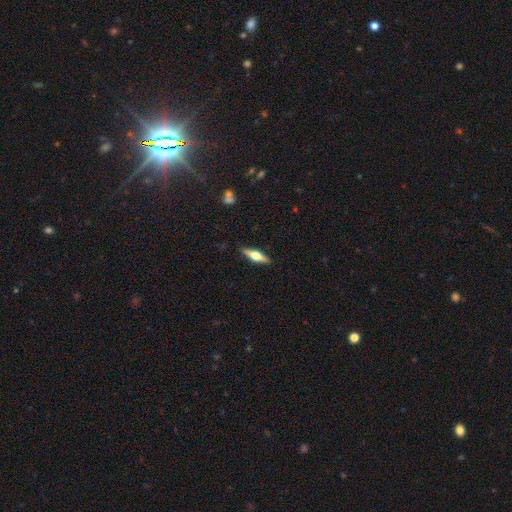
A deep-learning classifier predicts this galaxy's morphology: The model was most divided on "smooth or featured": featured or disk: 62%, smooth: 32%, star or artifact: 6%. More confident: edge-on disk — yes (96%); edge-on bulge — rounded (94%); merging — none (89%).